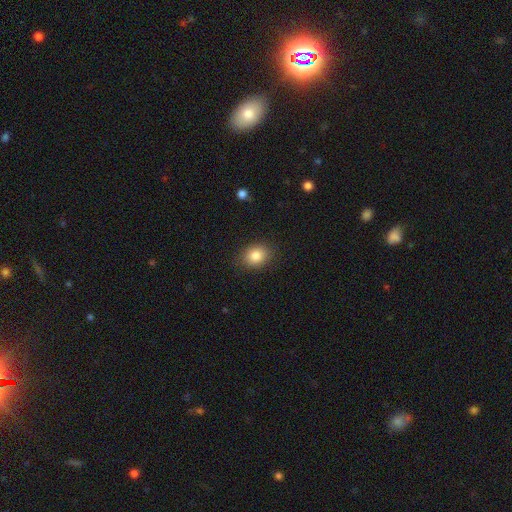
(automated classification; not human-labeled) smooth-or-featured: smooth: 84% | star or artifact: 9% | featured or disk: 7%
  how-rounded: in between: 53% | round: 46% | cigar-shaped: 1%
  merging: none: 87% | minor disturbance: 9% | major disturbance: 3% | merger: 1%